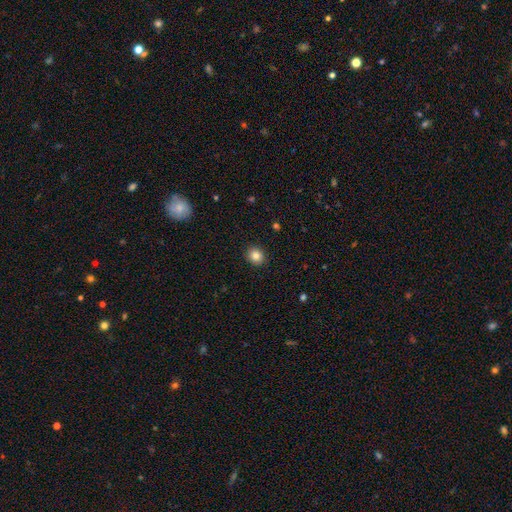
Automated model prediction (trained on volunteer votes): Morphology: type=smooth (84%); roundness=round (70%); merging=none (91%).